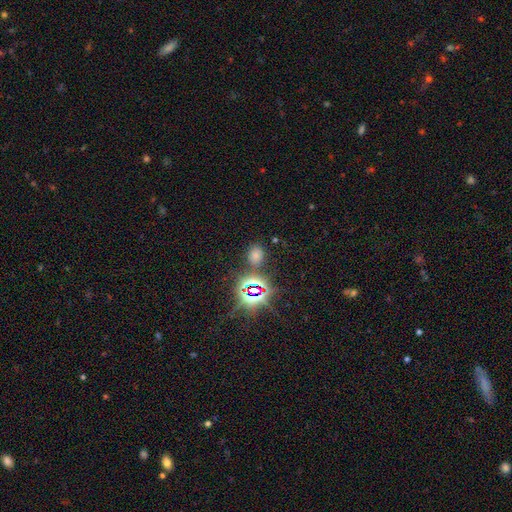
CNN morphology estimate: smooth-or-featured: smooth: 55% | star or artifact: 39% | featured or disk: 6%
  how-rounded: in between: 54% | round: 45% | cigar-shaped: 2%
  merging: none: 80% | minor disturbance: 10% | merger: 6% | major disturbance: 4%